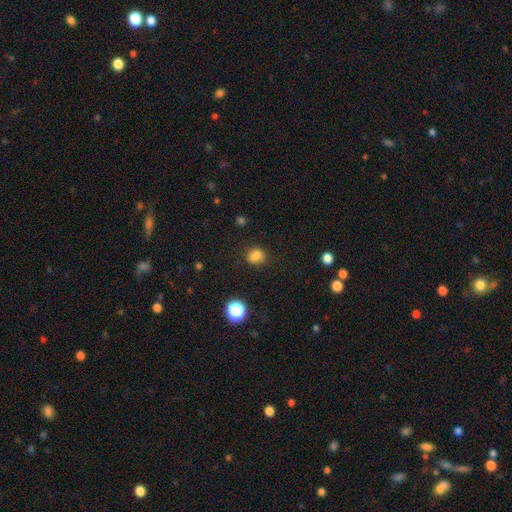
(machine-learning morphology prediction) Smooth or featured: smooth — 78% (star or artifact — 15%)
How rounded: round — 58% (in between — 41%)
Merging: none — 70% (minor disturbance — 16%)